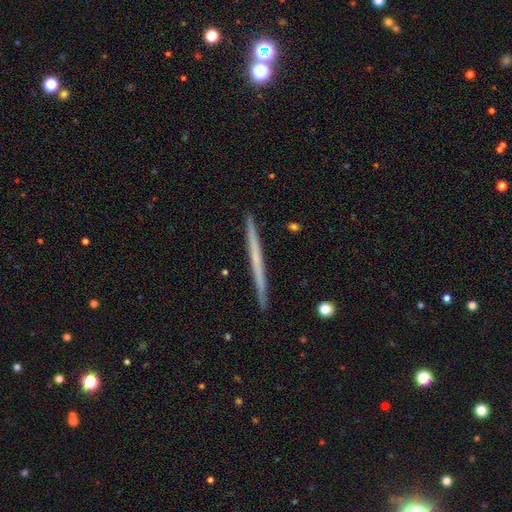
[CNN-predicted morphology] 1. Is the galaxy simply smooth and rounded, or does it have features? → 50% featured or disk, 44% smooth, 5% star or artifact.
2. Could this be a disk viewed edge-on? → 98% yes, 2% no.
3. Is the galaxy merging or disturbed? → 92% none, 5% minor disturbance, 1% merger, 1% major disturbance.